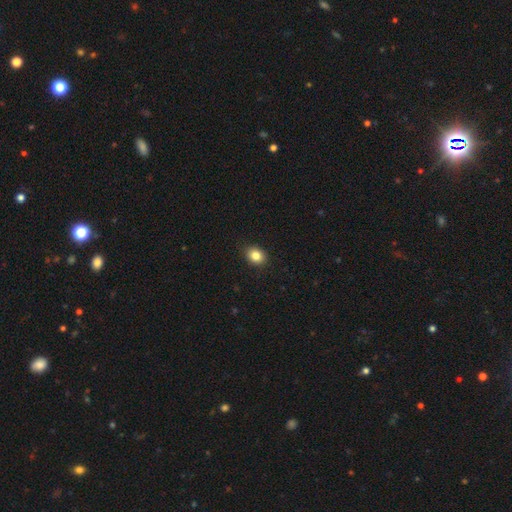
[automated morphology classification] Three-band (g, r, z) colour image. It shows a smooth galaxy with no disk features (84%) that is round (50%). Merging: none (89%).